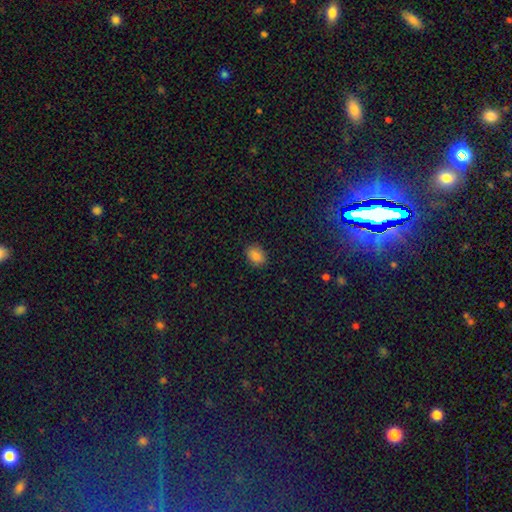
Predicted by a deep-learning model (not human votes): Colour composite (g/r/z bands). It shows a smooth galaxy with no disk features (85%) that is in between round and cigar-shaped (71%). Merging: none (88%).